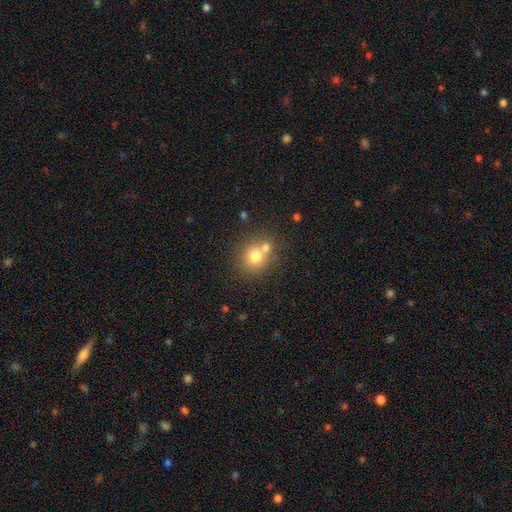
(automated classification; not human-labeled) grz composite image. It shows a smooth galaxy with no disk features (73%) that is round (82%). Merging: none (53%).